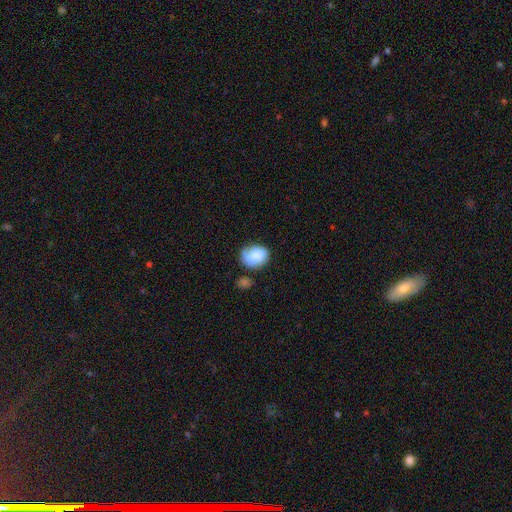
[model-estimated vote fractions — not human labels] Morphology: type=smooth (69%); roundness=round (51%); merging=none (50%).